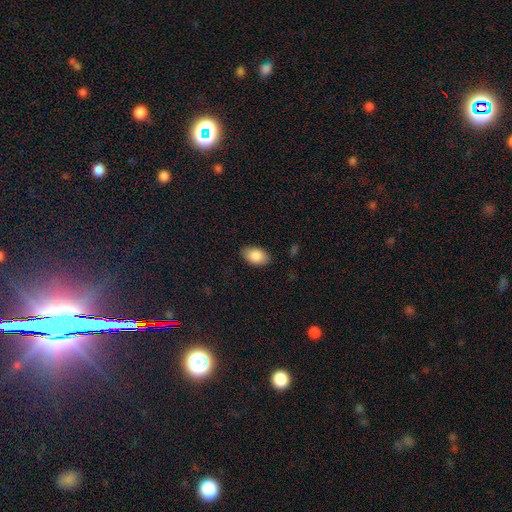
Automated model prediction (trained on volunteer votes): A smooth galaxy with no disk features (88%) that is in between round and cigar-shaped (91%).

Vote fractions:
- Smooth or featured? smooth: 88% / star or artifact: 7% / featured or disk: 6%
- How rounded? in between: 91% / round: 8% / cigar-shaped: 1%
- Merging? none: 85% / minor disturbance: 11% / major disturbance: 3% / merger: 1%